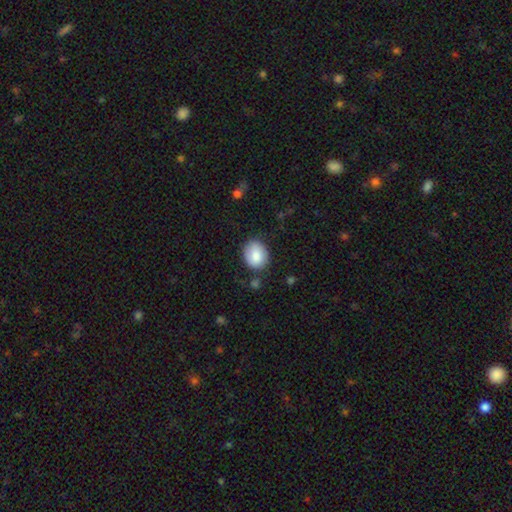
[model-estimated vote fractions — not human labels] smooth-or-featured: smooth: 85% | featured or disk: 8% | star or artifact: 7%
  how-rounded: round: 55% | in between: 44% | cigar-shaped: 1%
  merging: none: 78% | minor disturbance: 15% | major disturbance: 4% | merger: 3%